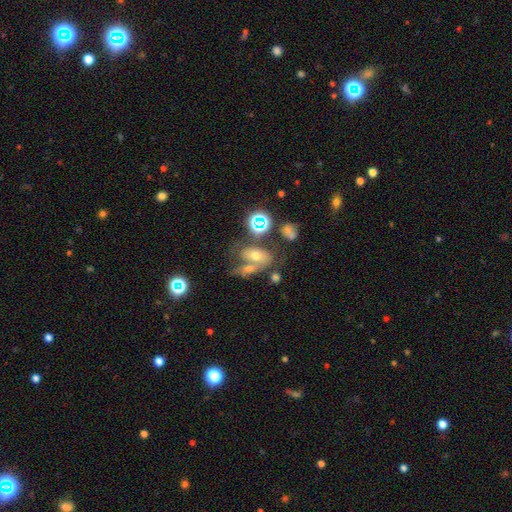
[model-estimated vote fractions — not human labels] smooth 51%, featured or disk 30%, star or artifact 18%. Down the decision tree: how rounded — in between (83%); merging — merger (41%).